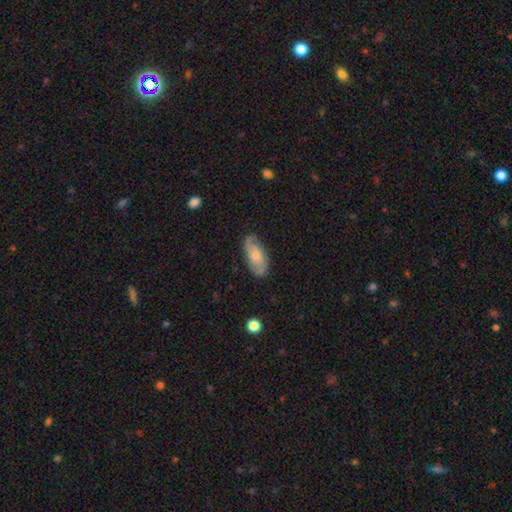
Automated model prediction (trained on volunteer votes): The model was most divided on "bulge size": moderate: 43%, small: 39%, none: 9%, large: 7%, dominant: 2%. More confident: edge-on disk — no (92%); spiral arms — yes (87%); merging — none (77%); bar — no (65%); smooth or featured — featured or disk (55%).